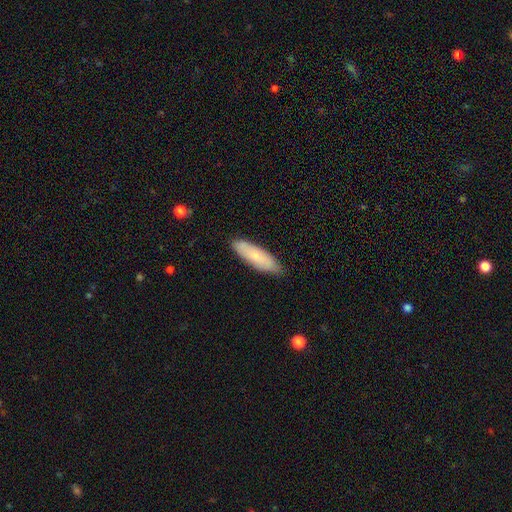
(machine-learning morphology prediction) Q: Smooth or featured?
A: smooth (75%); runner-up: featured or disk (19%)
Q: How rounded?
A: cigar-shaped (53%); runner-up: in between (46%)
Q: Merging?
A: none (84%); runner-up: minor disturbance (13%)